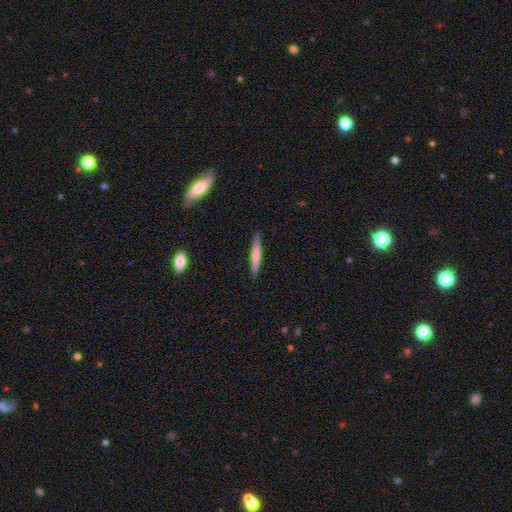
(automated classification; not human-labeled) Smooth or featured: smooth — 67% (featured or disk — 28%)
How rounded: cigar-shaped — 93% (in between — 6%)
Merging: none — 89% (minor disturbance — 8%)